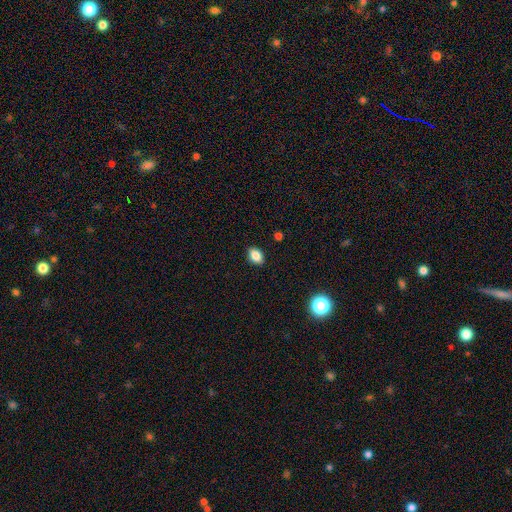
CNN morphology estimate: A smooth galaxy with no disk features (86%) that is in between round and cigar-shaped (79%). Merging: none (89%).